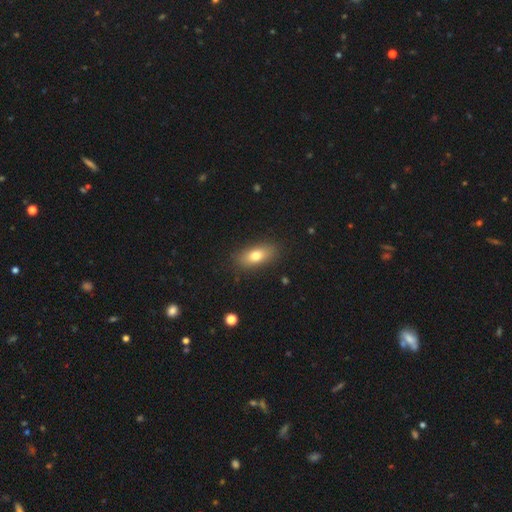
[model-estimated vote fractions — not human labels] Smooth or featured?
  - smooth: 76% *
  - featured or disk: 16%
  - star or artifact: 8%
How rounded?
  - in between: 81% *
  - cigar-shaped: 12%
  - round: 6%
Merging?
  - none: 85% *
  - minor disturbance: 11%
  - major disturbance: 3%
  - merger: 1%